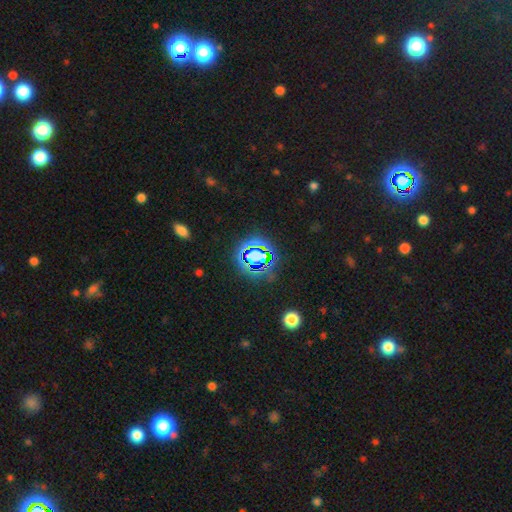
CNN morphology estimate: Smooth or featured? Predicted: star or artifact (p=0.63).